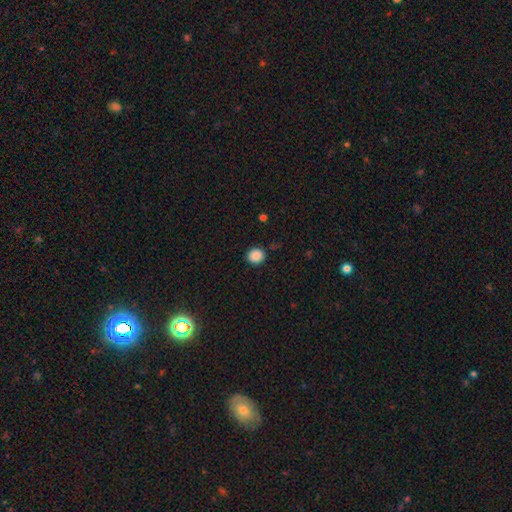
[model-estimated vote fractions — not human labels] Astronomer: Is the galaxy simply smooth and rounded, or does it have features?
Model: smooth — 88%.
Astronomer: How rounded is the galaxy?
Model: round — 84%.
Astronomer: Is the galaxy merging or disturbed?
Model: none — 89%.